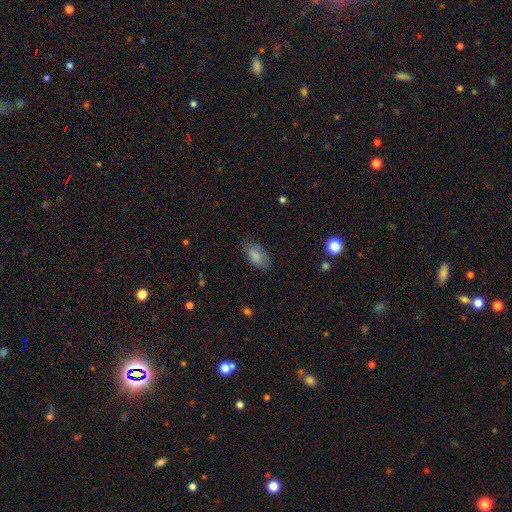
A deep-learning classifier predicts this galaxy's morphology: The model was most divided on "merging": none: 76%, minor disturbance: 19%, major disturbance: 4%, merger: 1%. More confident: how rounded — in between (93%); smooth or featured — smooth (86%).